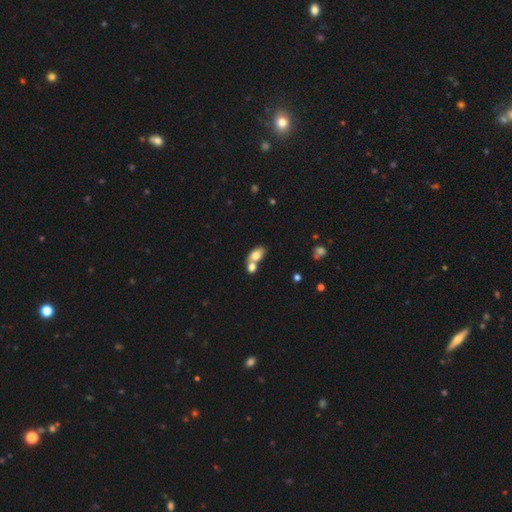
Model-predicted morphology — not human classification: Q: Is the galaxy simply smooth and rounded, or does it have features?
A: smooth — 76%.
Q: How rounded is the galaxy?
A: in between — 82%.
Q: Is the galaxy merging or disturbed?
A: merger — 58%.